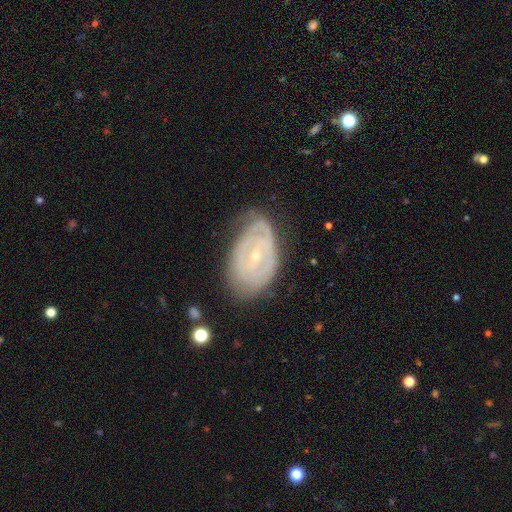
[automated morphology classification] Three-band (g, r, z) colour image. It shows a featured or disk galaxy (75%) with no bar (63%), tight (73%) spiral arms (74%) and a small central bulge (74%). Merging: none (61%).